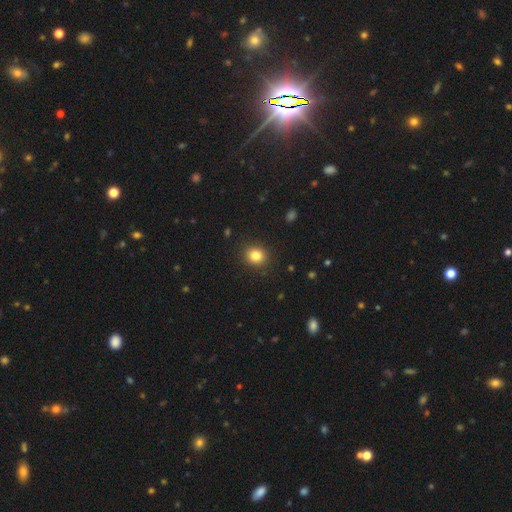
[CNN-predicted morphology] Smooth or featured? smooth (83%)
How rounded? round (79%)
Merging? none (90%)